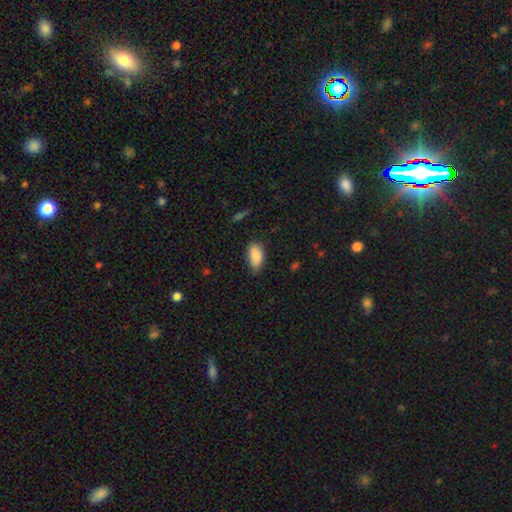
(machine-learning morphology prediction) smooth 88%, star or artifact 7%, featured or disk 5%. Down the decision tree: how rounded — in between (93%); merging — none (71%).